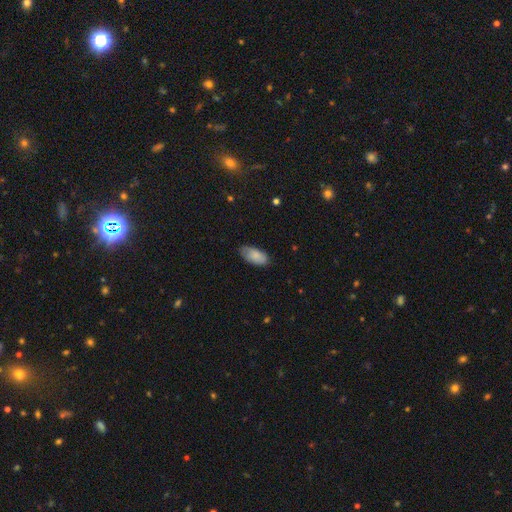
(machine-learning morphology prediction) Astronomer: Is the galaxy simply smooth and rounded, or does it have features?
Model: smooth — 84%.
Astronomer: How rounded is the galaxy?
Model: in between — 93%.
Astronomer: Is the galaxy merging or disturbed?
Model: none — 75%.